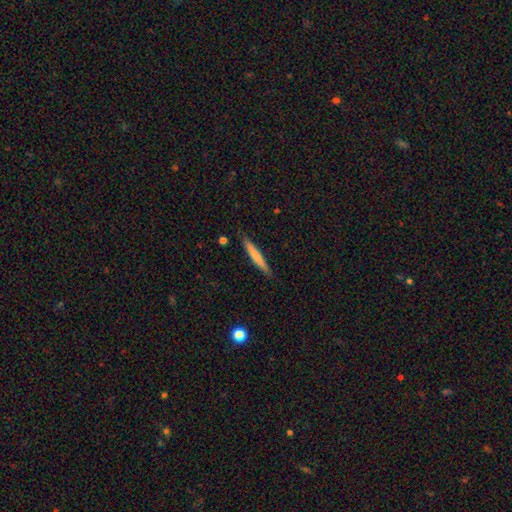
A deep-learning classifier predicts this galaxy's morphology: smooth 67%, featured or disk 27%, star or artifact 6%. Down the decision tree: how rounded — cigar-shaped (95%); merging — none (87%).